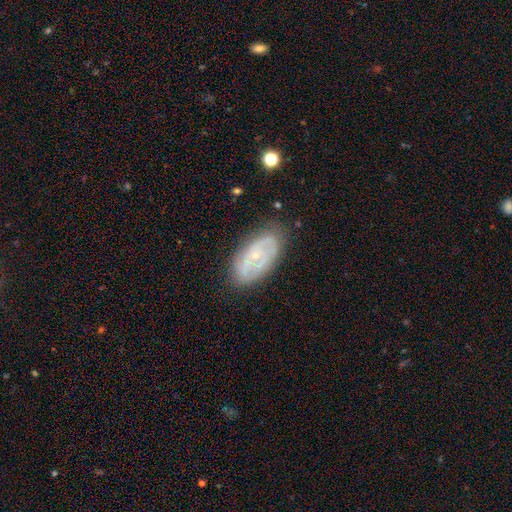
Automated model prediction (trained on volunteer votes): Overall: featured or disk (62%; smooth 30%). Edge-on disk: no (91%). Bar: no (71%). Spiral arms: yes (58%; no 42%). Bulge size: small (75%). Merging: none (77%).